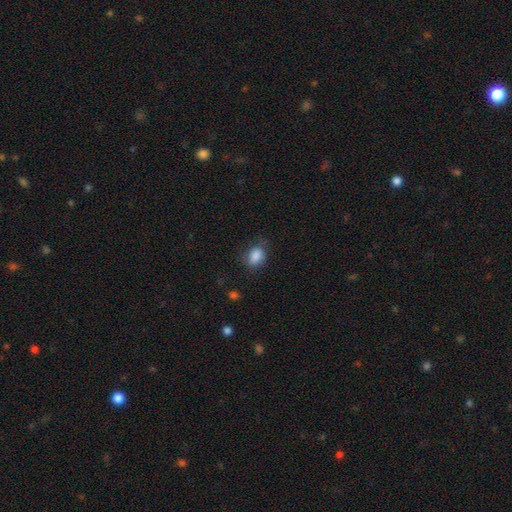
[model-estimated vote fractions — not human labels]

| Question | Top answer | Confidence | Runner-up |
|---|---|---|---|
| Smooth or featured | smooth | 86% | star or artifact (9%) |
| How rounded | in between | 67% | round (32%) |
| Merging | none | 65% | minor disturbance (25%) |